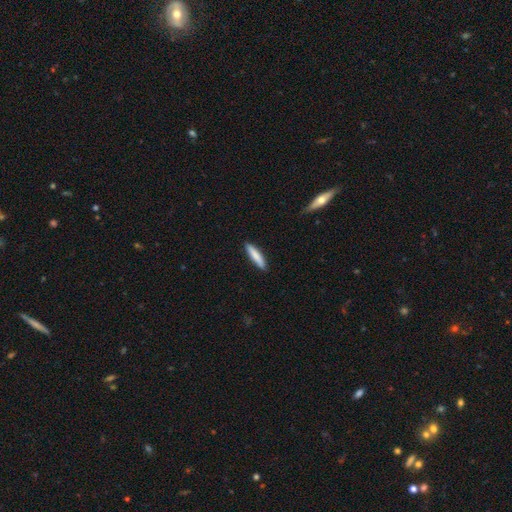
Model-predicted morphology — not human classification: type=smooth (80%); roundness=cigar-shaped (86%); merging=none (89%).